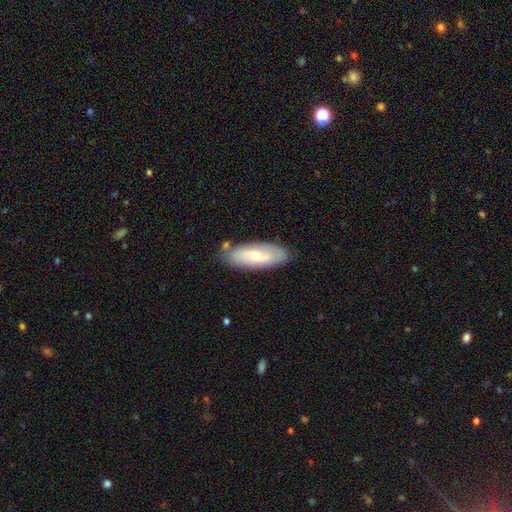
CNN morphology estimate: Smooth or featured? Predicted: smooth (p=0.49). Merging? Predicted: none (p=0.79).